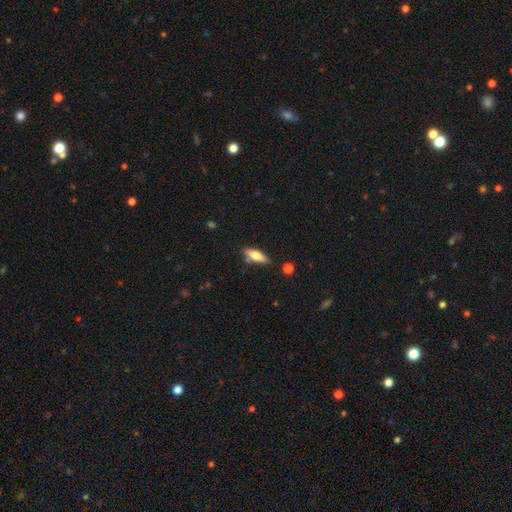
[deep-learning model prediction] This appears to be a smooth galaxy with no disk features (59%) that is in between round and cigar-shaped (54%). Merging: none (78%).